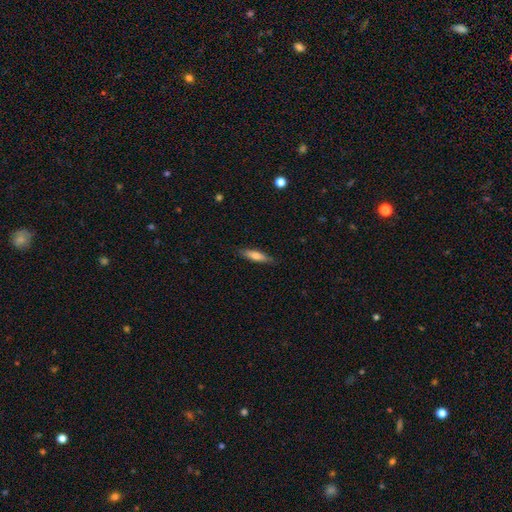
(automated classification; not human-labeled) smooth 69%, featured or disk 25%, star or artifact 6%. Down the decision tree: how rounded — cigar-shaped (71%); merging — none (84%).